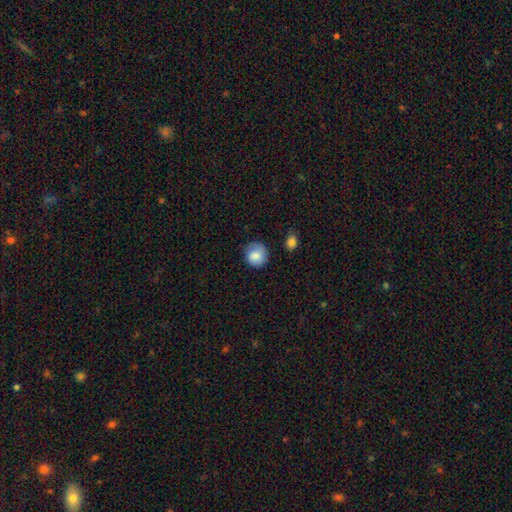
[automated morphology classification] smooth-or-featured: smooth: 81% | featured or disk: 12% | star or artifact: 7%
  how-rounded: round: 88% | in between: 11% | cigar-shaped: 1%
  merging: none: 73% | minor disturbance: 20% | major disturbance: 5% | merger: 2%